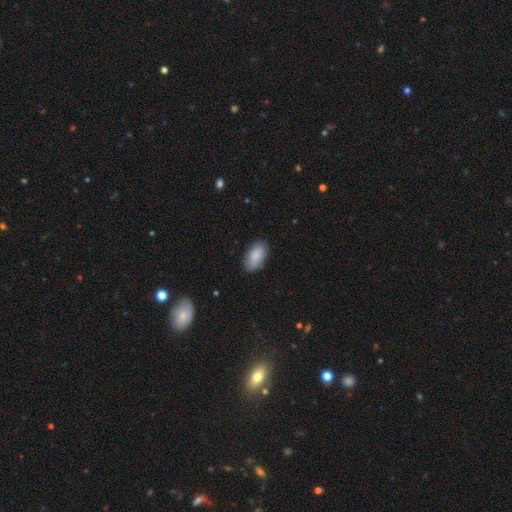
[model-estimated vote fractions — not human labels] Overall: smooth (85%). How rounded: in between (94%). Merging: none (82%).